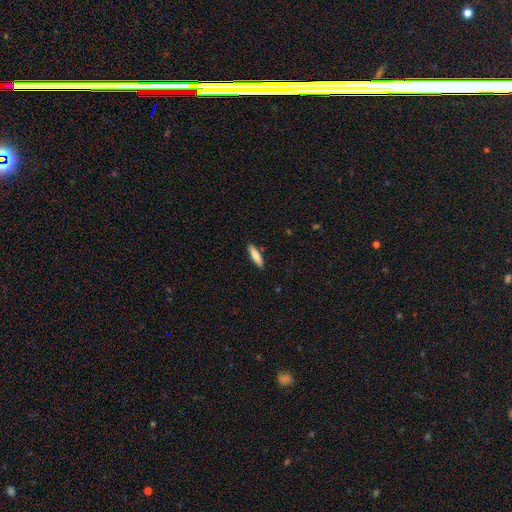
Smooth or featured? smooth (89%)
How rounded? cigar-shaped (79%)
Merging? none (94%)